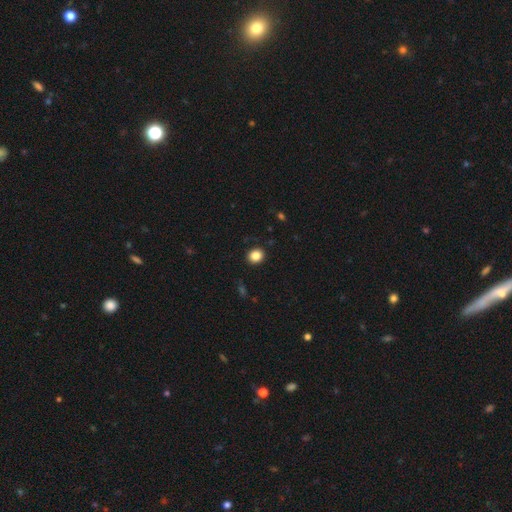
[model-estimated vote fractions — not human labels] Q: Smooth or featured?
A: smooth (85%); runner-up: star or artifact (10%)
Q: How rounded?
A: round (74%); runner-up: in between (25%)
Q: Merging?
A: none (90%); runner-up: minor disturbance (7%)